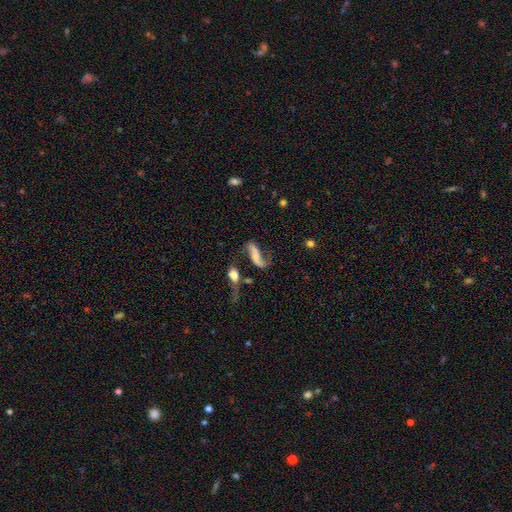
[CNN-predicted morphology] Smooth or featured? featured or disk (69%)
Edge-on disk? no (89%)
Bar? no (52%)
Spiral arms? yes (89%)
Spiral winding? loose (87%)
Spiral arm count? 2 (87%)
Bulge size? small (44%)
Merging? none (45%)